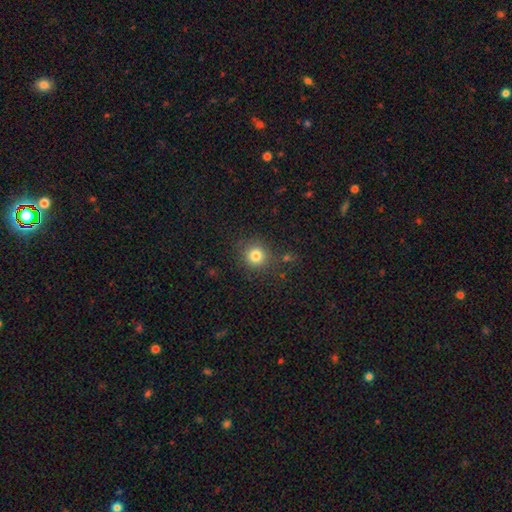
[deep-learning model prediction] Morphology: type=smooth (81%); roundness=round (89%); merging=none (82%).